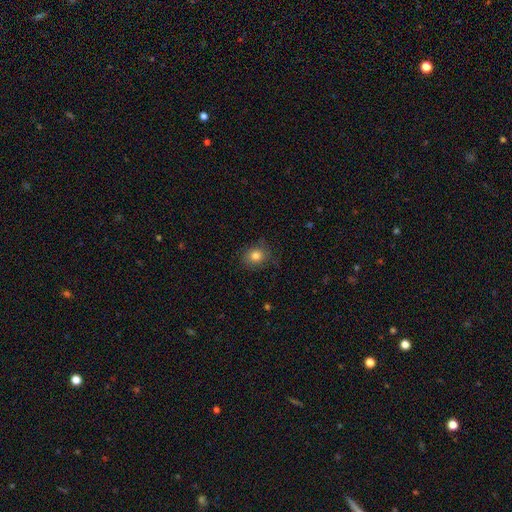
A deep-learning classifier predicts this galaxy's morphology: smooth_or_featured: smooth (p=0.81) [alt: star or artifact p=0.11]
how_rounded: round (p=0.71) [alt: in between p=0.28]
merging: none (p=0.80) [alt: minor disturbance p=0.15]